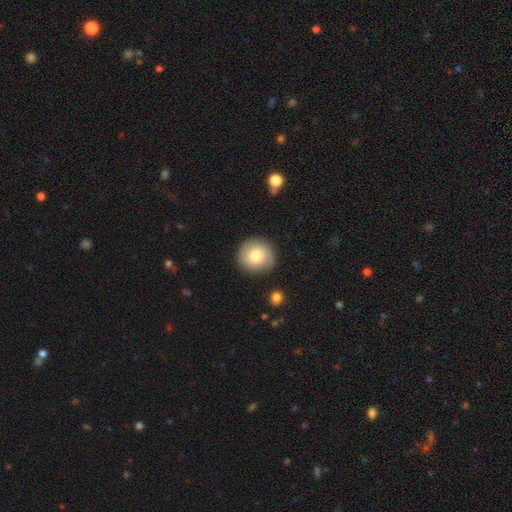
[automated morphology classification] A smooth galaxy with no disk features (74%) that is round (92%). Merging: none (86%).